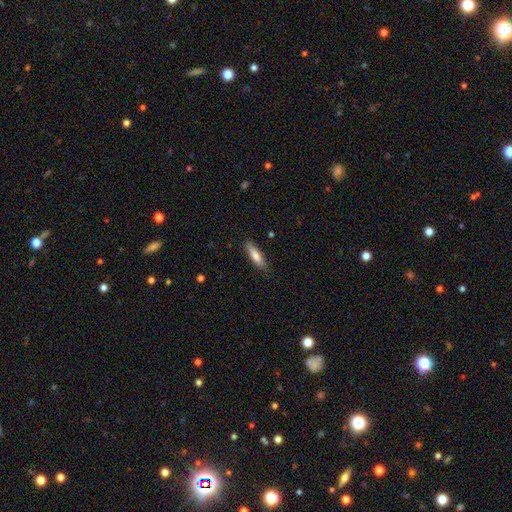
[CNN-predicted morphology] The model was most divided on "how rounded": cigar-shaped: 69%, in between: 30%, round: 2%. More confident: merging — none (85%); smooth or featured — smooth (75%).